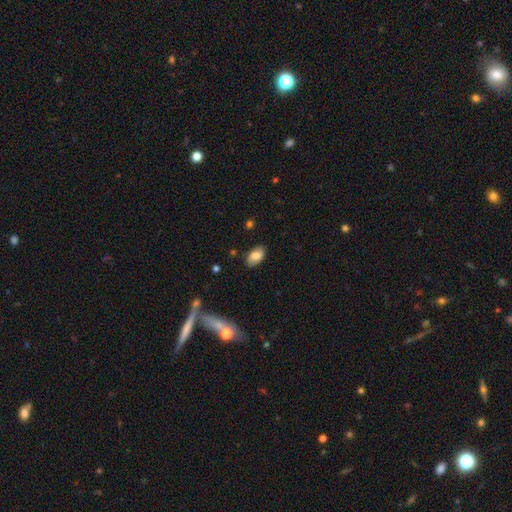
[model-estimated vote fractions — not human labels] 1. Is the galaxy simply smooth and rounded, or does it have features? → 75% smooth, 17% featured or disk, 7% star or artifact.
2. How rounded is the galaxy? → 93% in between, 5% round, 2% cigar-shaped.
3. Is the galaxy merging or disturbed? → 83% none, 13% minor disturbance, 3% major disturbance, 1% merger.